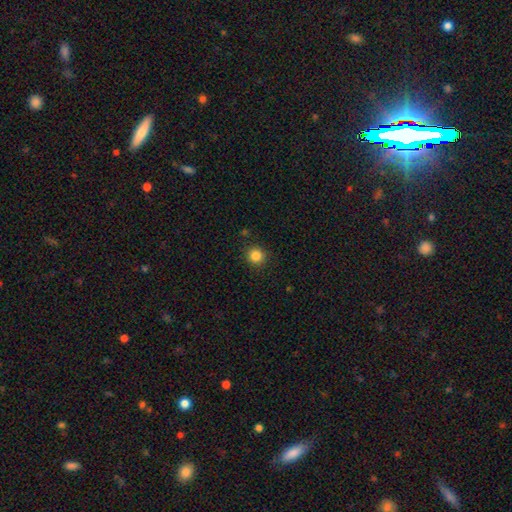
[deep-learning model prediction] smooth-or-featured: smooth: 84% | star or artifact: 12% | featured or disk: 4%
  how-rounded: round: 93% | in between: 6% | cigar-shaped: 1%
  merging: none: 90% | minor disturbance: 6% | major disturbance: 2% | merger: 1%